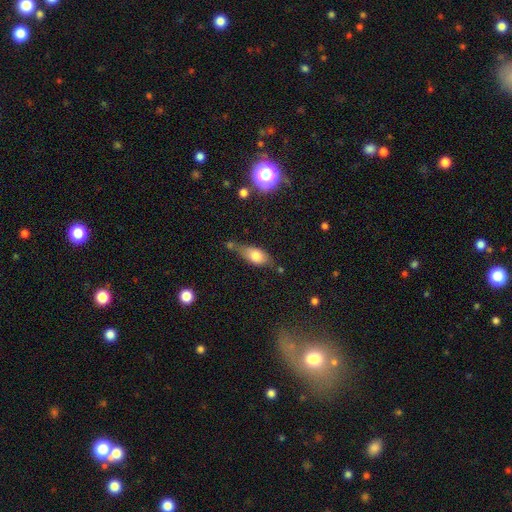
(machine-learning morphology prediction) A smooth galaxy with no disk features (74%) that is in between round and cigar-shaped (82%).

Vote fractions:
- Smooth or featured? smooth: 74% / featured or disk: 18% / star or artifact: 9%
- How rounded? in between: 82% / cigar-shaped: 13% / round: 5%
- Merging? none: 51% / minor disturbance: 27% / merger: 13% / major disturbance: 9%